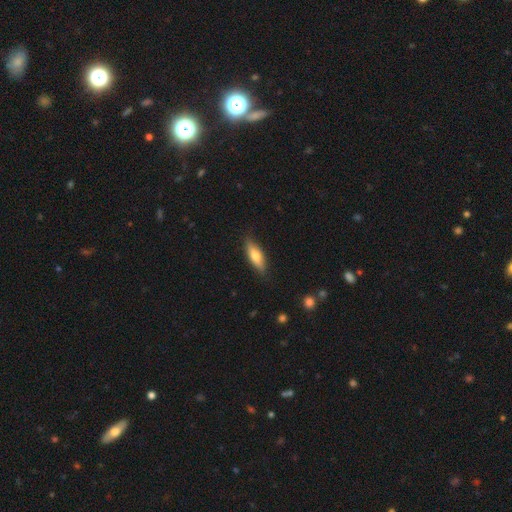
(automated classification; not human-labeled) This is likely a smooth galaxy (66%). How rounded: possibly in between (51%). Merging: clearly none (85%).